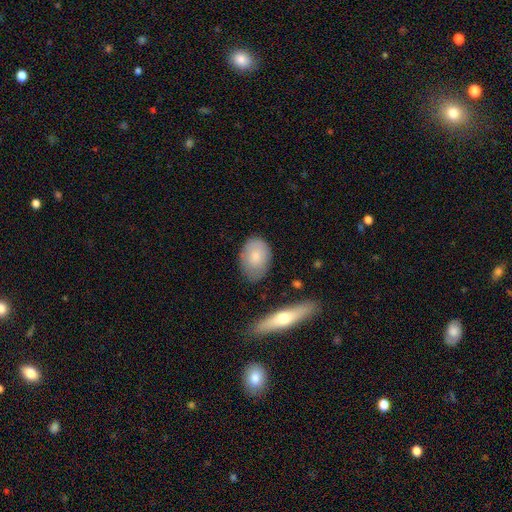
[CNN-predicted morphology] This appears to be a smooth galaxy with no disk features (77%) that is in between round and cigar-shaped (84%). Merging: none (72%).